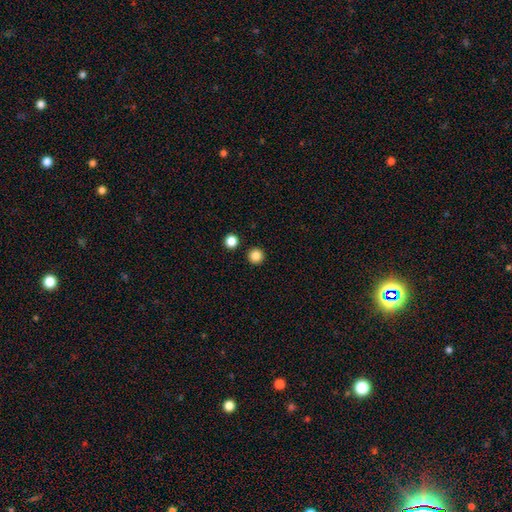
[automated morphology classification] The model was most divided on "smooth or featured": smooth: 86%, star or artifact: 11%, featured or disk: 3%. More confident: how rounded — round (96%); merging — none (93%).